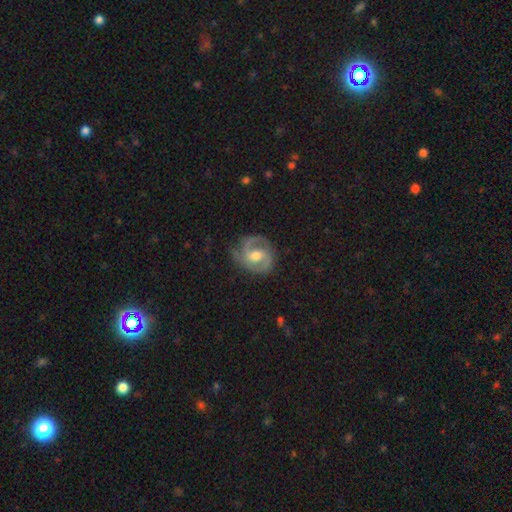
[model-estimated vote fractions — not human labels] Q: Smooth or featured?
A: featured or disk (86%); runner-up: smooth (9%)
Q: Edge-on disk?
A: no (98%); runner-up: yes (2%)
Q: Bar?
A: weak (46%); runner-up: no (39%)
Q: Spiral arms?
A: yes (96%); runner-up: no (4%)
Q: Spiral winding?
A: medium (48%); runner-up: tight (38%)
Q: Spiral arm count?
A: 2 (67%); runner-up: 3 (16%)
Q: Bulge size?
A: moderate (73%); runner-up: small (20%)
Q: Merging?
A: none (71%); runner-up: minor disturbance (20%)